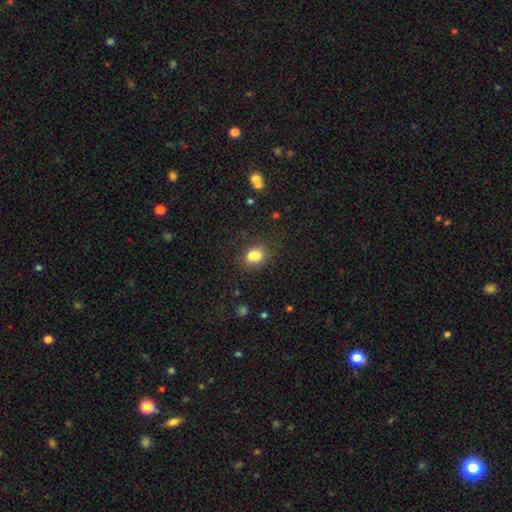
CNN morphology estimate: Overall: smooth (79%). How rounded: in between (66%; round 33%). Merging: none (60%).